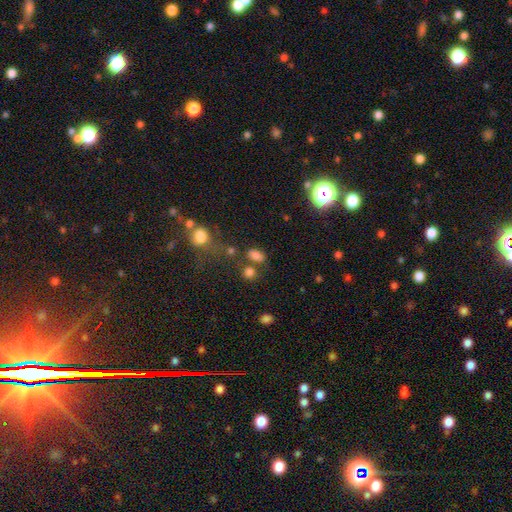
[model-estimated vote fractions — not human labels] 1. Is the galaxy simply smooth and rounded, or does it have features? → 79% smooth, 15% star or artifact, 7% featured or disk.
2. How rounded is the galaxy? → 81% in between, 17% round, 2% cigar-shaped.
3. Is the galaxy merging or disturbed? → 63% none, 15% merger, 15% minor disturbance, 7% major disturbance.